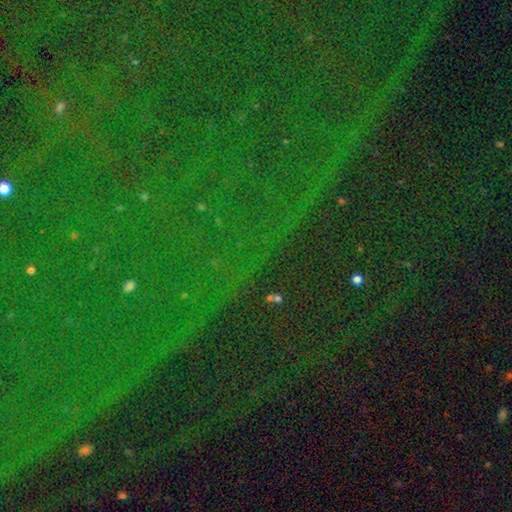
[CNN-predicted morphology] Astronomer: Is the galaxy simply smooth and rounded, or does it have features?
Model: star or artifact — 85%.